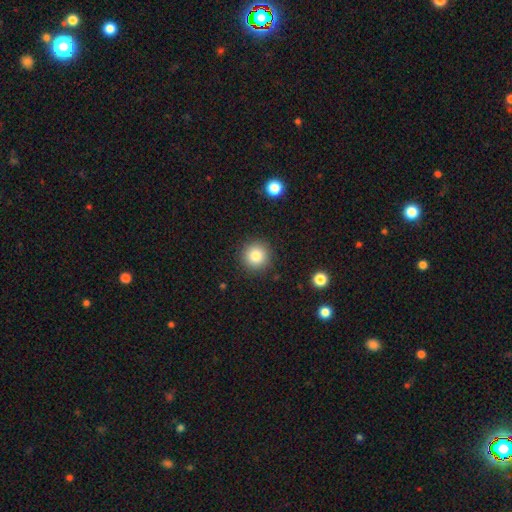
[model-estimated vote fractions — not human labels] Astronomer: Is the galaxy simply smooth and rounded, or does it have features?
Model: smooth — 83%.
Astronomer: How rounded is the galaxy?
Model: round — 95%.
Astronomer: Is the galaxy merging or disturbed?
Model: none — 90%.